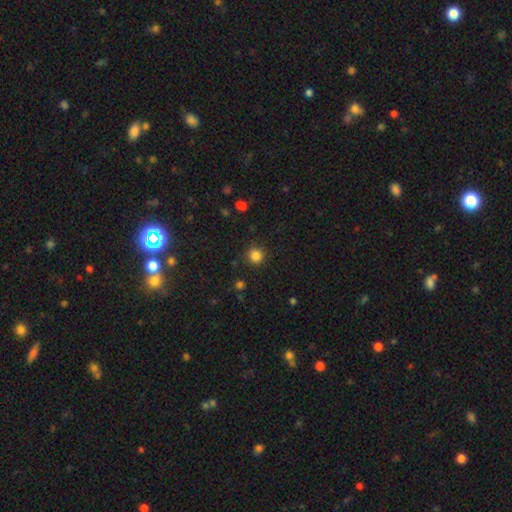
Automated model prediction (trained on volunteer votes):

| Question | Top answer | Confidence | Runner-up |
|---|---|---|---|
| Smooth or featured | smooth | 84% | star or artifact (13%) |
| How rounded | round | 93% | in between (6%) |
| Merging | none | 88% | minor disturbance (8%) |